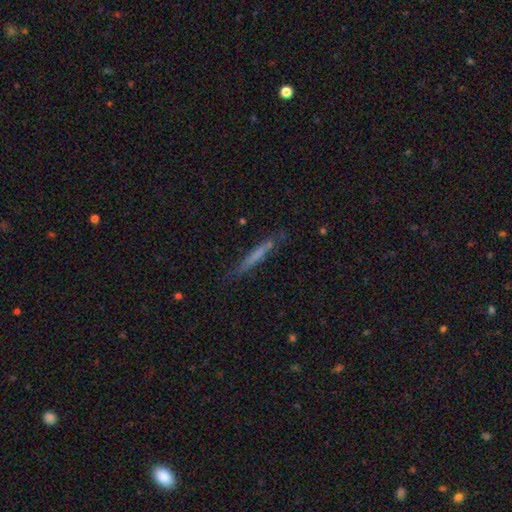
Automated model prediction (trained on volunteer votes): Smooth or featured? smooth (60%)
How rounded? cigar-shaped (95%)
Merging? none (79%)